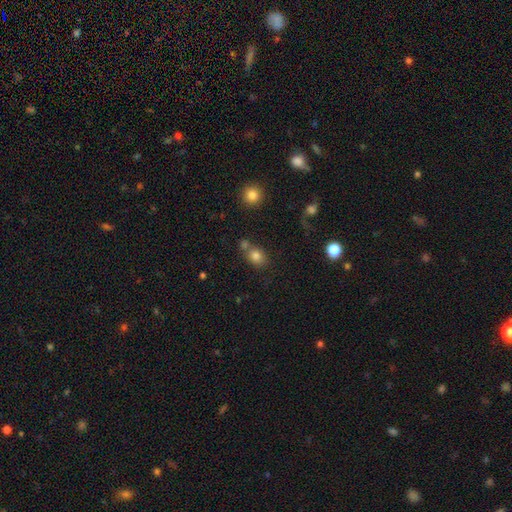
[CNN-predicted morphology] Smooth or featured: smooth — 80% (star or artifact — 12%)
How rounded: round — 52% (in between — 47%)
Merging: none — 55% (merger — 28%)